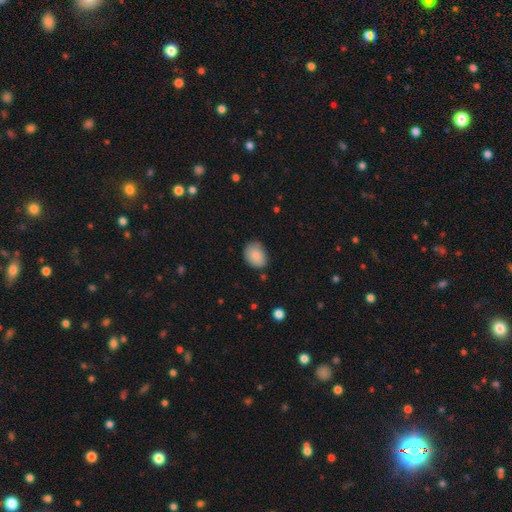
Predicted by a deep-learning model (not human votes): The model was most divided on "how rounded": in between: 68%, round: 31%, cigar-shaped: 1%. More confident: smooth or featured — smooth (87%); merging — none (72%).